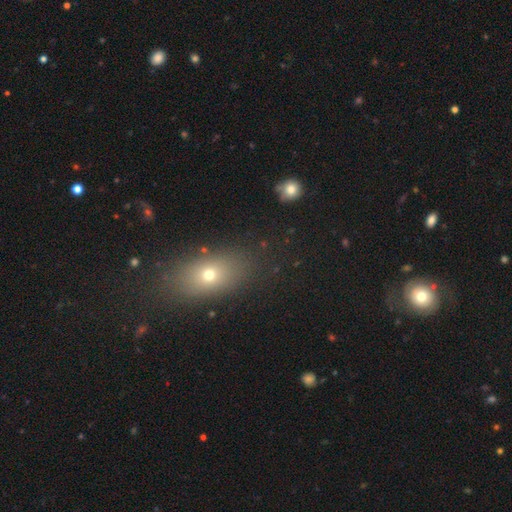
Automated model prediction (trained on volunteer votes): smooth 59%, star or artifact 25%, featured or disk 16%. Down the decision tree: how rounded — in between (72%); merging — none (83%).